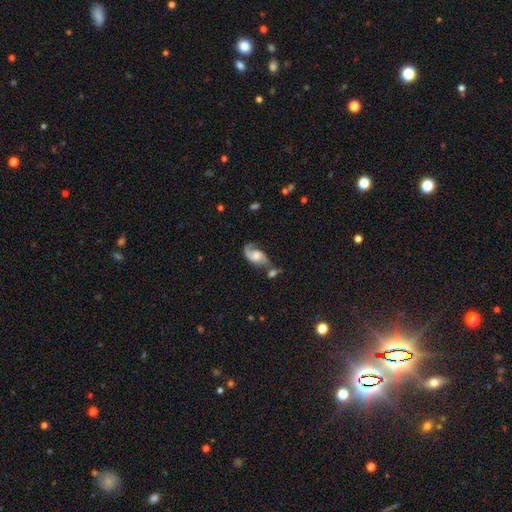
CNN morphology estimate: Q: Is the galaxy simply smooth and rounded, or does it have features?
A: featured or disk — 81%.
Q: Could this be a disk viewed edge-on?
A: no — 97%.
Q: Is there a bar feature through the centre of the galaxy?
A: no — 59%.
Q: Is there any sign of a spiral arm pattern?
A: yes — 95%.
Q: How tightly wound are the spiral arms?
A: medium — 46%.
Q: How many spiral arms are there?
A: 2 — 79%.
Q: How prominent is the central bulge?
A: moderate — 49%.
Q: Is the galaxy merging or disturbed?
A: none — 41%.